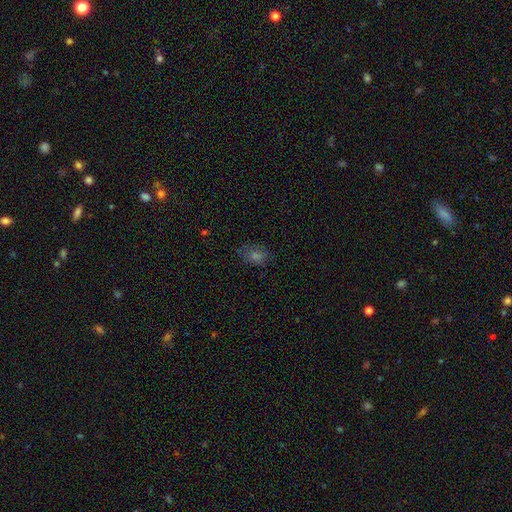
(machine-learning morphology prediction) smooth 54%, star or artifact 28%, featured or disk 18%. Down the decision tree: how rounded — in between (69%); merging — none (76%).